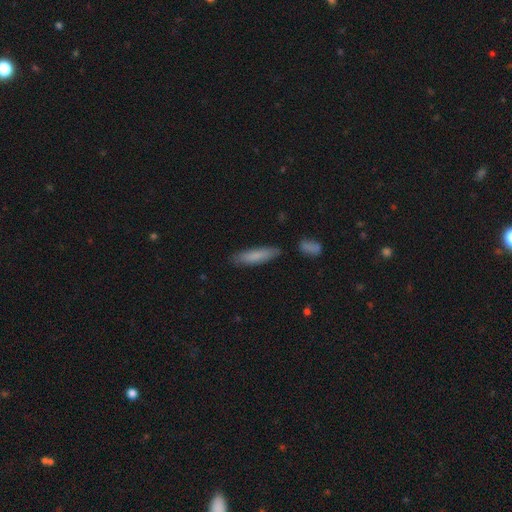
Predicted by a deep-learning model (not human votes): smooth 80%, featured or disk 14%, star or artifact 6%. Down the decision tree: how rounded — cigar-shaped (76%); merging — none (81%).